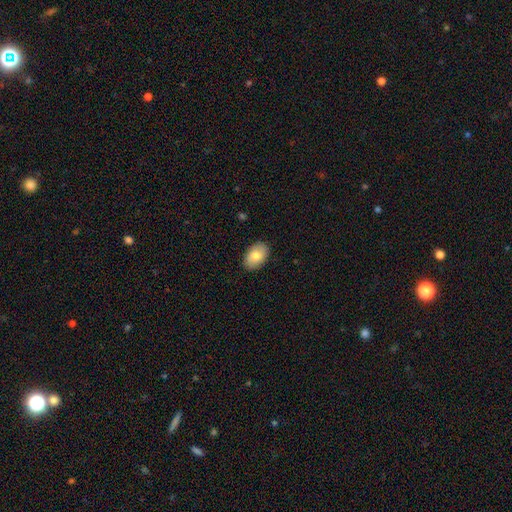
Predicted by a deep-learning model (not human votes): The model was most divided on "smooth or featured": smooth: 82%, featured or disk: 12%, star or artifact: 6%. More confident: how rounded — in between (91%); merging — none (88%).